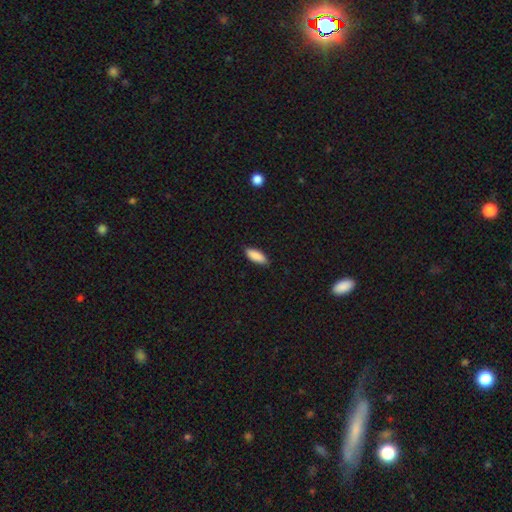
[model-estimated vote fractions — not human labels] Q: Smooth or featured?
A: smooth (90%); runner-up: star or artifact (6%)
Q: How rounded?
A: in between (75%); runner-up: cigar-shaped (23%)
Q: Merging?
A: none (86%); runner-up: minor disturbance (11%)